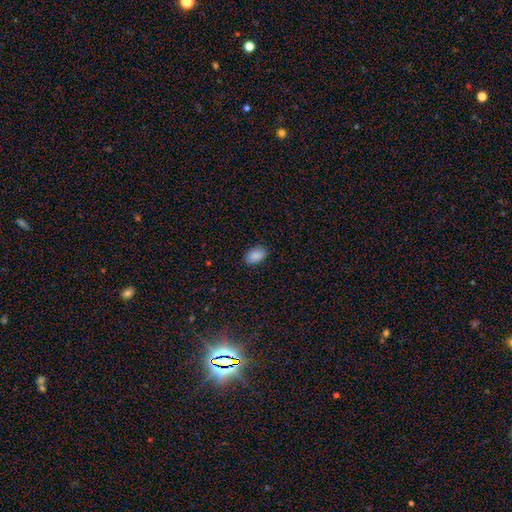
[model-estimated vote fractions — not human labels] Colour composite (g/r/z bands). It shows a smooth galaxy with no disk features (88%) that is in between round and cigar-shaped (92%). Merging: none (85%).